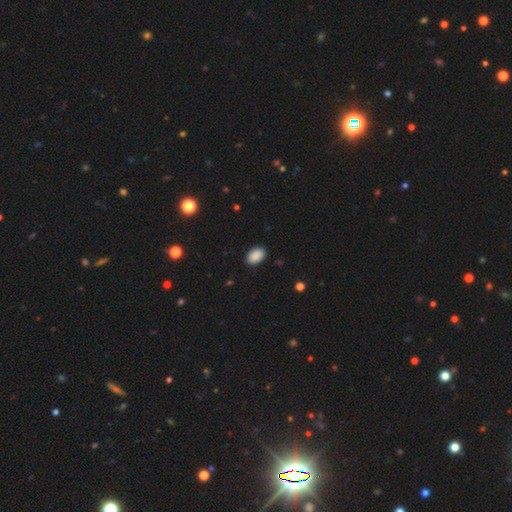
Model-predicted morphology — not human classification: Smooth or featured? Predicted: smooth (p=0.89). How rounded? Predicted: in between (p=0.89). Merging? Predicted: none (p=0.89).